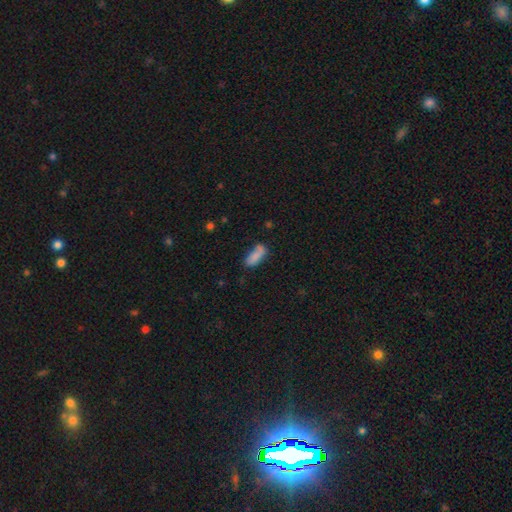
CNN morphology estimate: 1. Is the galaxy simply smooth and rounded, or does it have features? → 82% smooth, 10% featured or disk, 8% star or artifact.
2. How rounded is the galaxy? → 74% in between, 24% cigar-shaped, 2% round.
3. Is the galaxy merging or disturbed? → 57% none, 26% minor disturbance, 9% merger, 8% major disturbance.